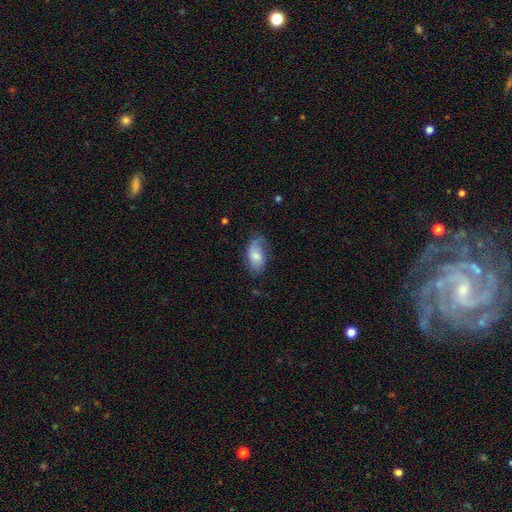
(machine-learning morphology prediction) This is possibly a smooth galaxy (59%). How rounded: clearly in between (92%). Merging: possibly none (57%).